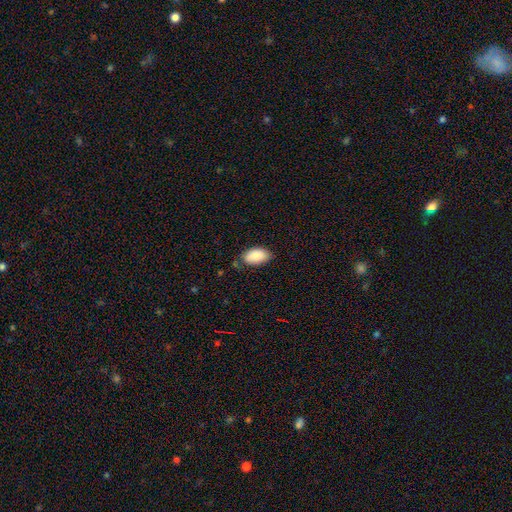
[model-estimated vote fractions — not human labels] A smooth galaxy with no disk features (88%) that is in between round and cigar-shaped (95%).

Vote fractions:
- Smooth or featured? smooth: 88% / star or artifact: 6% / featured or disk: 5%
- How rounded? in between: 95% / round: 3% / cigar-shaped: 2%
- Merging? none: 75% / minor disturbance: 19% / major disturbance: 3% / merger: 2%